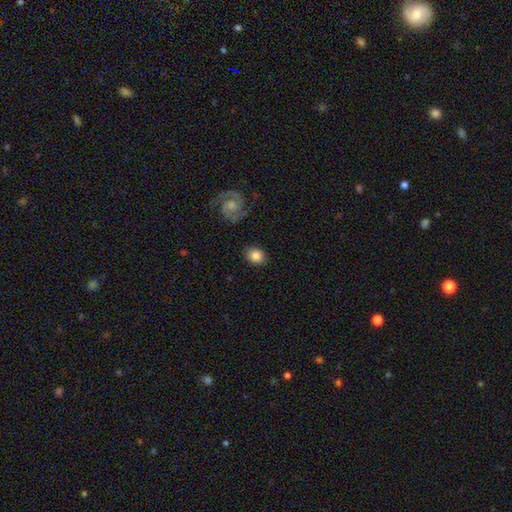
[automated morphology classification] type=smooth (83%); roundness=round (61%); merging=none (85%).